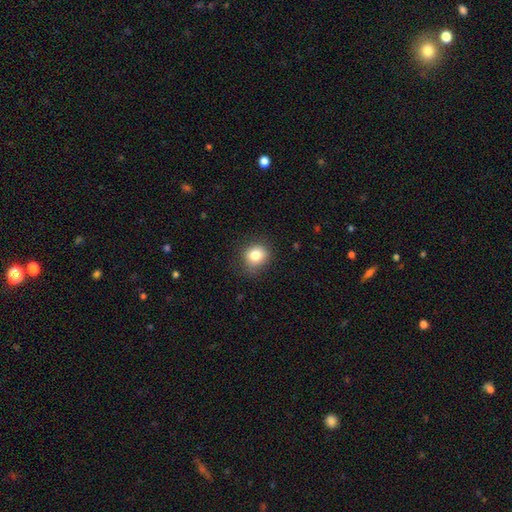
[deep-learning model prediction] Q: Smooth or featured?
A: smooth (82%); runner-up: star or artifact (11%)
Q: How rounded?
A: round (77%); runner-up: in between (22%)
Q: Merging?
A: none (80%); runner-up: minor disturbance (15%)